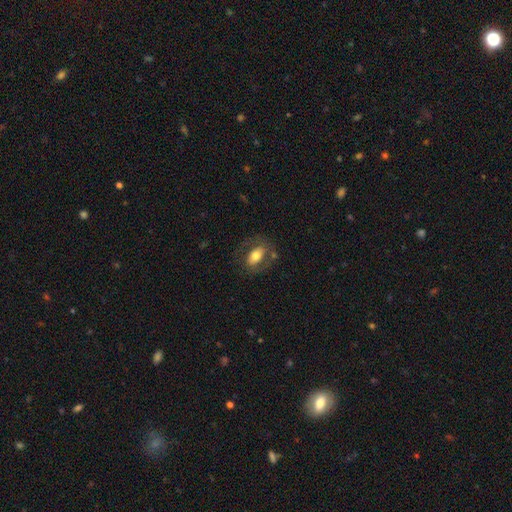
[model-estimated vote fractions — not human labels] This is possibly a smooth galaxy (54%). How rounded: clearly in between (85%). Merging: likely none (64%).